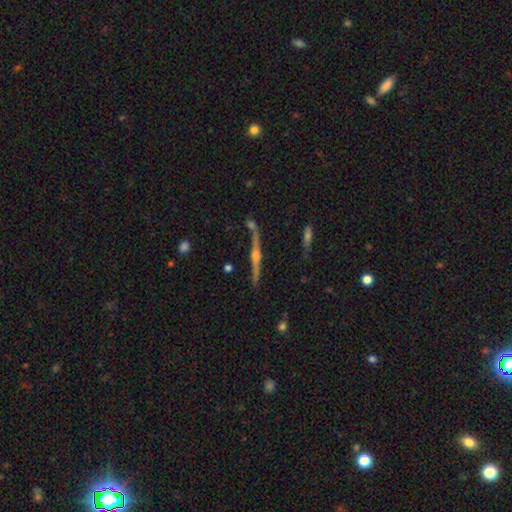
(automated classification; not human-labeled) This appears to be a featured or disk galaxy (84%) viewed edge-on (98%) with a rounded central bulge (88%). Merging: none (82%).